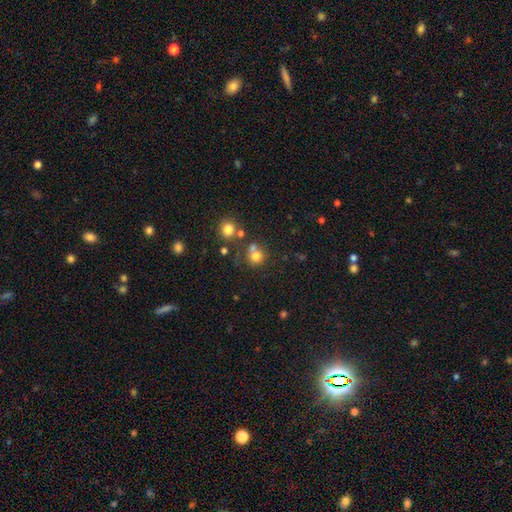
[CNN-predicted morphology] The model was most divided on "merging": none: 53%, merger: 32%, minor disturbance: 10%, major disturbance: 6%. More confident: how rounded — round (86%); smooth or featured — smooth (74%).